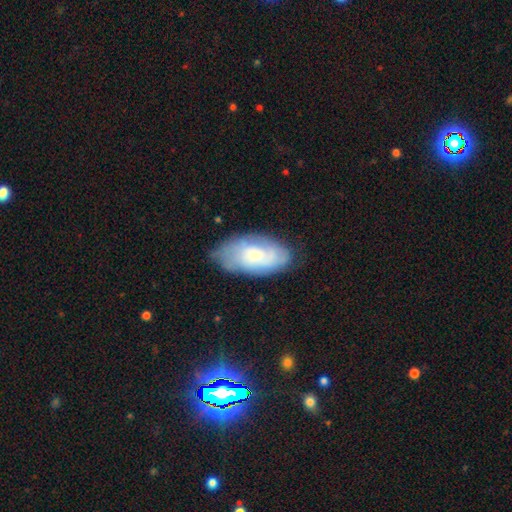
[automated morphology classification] type=featured or disk (47%); merging=none (69%).